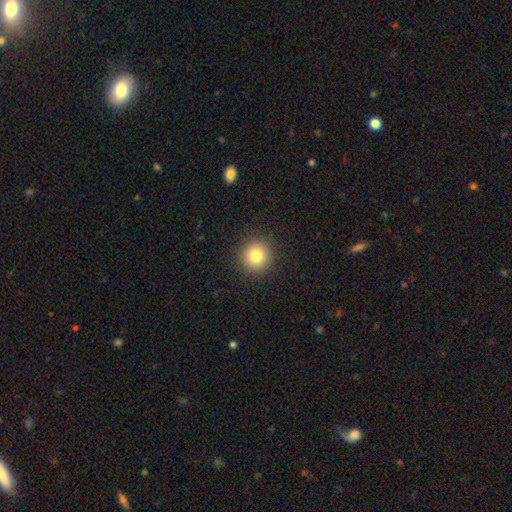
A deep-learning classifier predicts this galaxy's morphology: This is clearly a smooth galaxy (80%). How rounded: clearly round (95%). Merging: clearly none (92%).